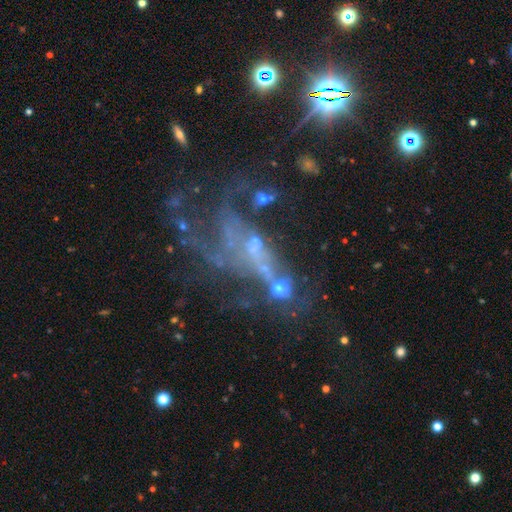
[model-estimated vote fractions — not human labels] Q: Smooth or featured?
A: featured or disk (66%); runner-up: star or artifact (22%)
Q: Edge-on disk?
A: no (92%); runner-up: yes (8%)
Q: Bar?
A: no (64%); runner-up: weak (25%)
Q: Spiral arms?
A: yes (59%); runner-up: no (41%)
Q: Bulge size?
A: small (43%); runner-up: none (38%)
Q: Merging?
A: major disturbance (39%); runner-up: none (30%)